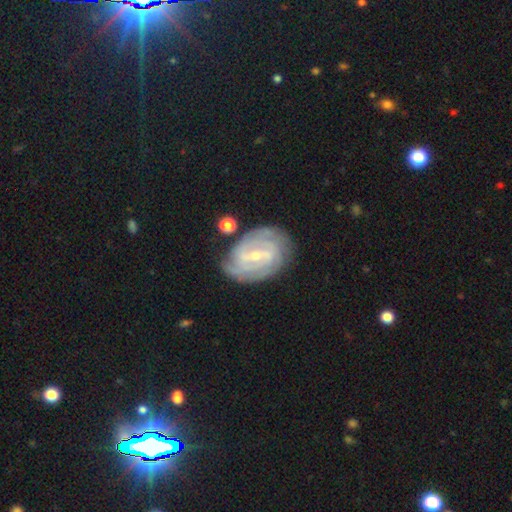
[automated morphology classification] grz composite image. It shows a featured or disk galaxy (87%) with a weak bar (45%), 2 (42%) tight (66%) spiral arms (95%) and a small central bulge (66%). Merging: none (75%).